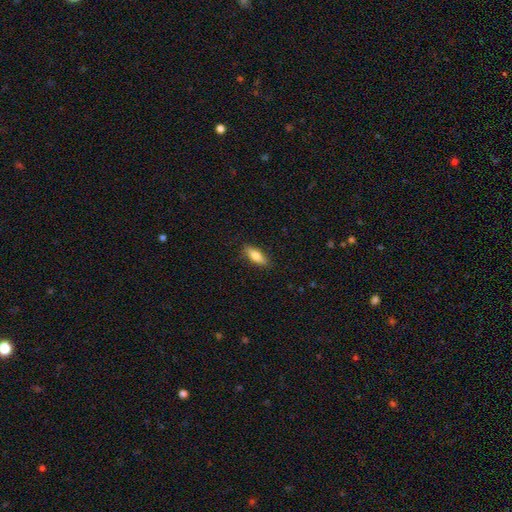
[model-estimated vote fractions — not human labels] smooth 75%, featured or disk 18%, star or artifact 6%. Down the decision tree: how rounded — in between (65%); merging — none (86%).